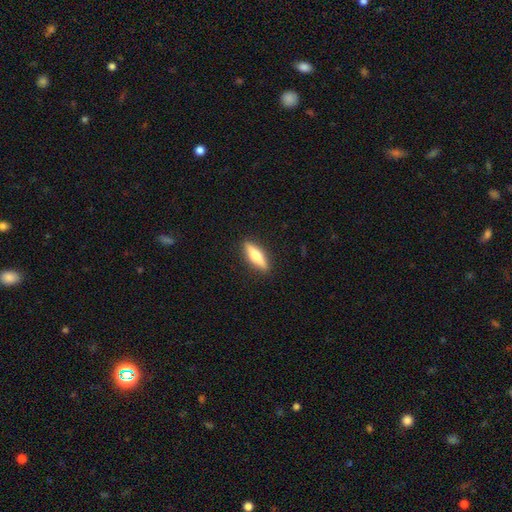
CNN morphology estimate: A smooth galaxy with no disk features (52%) that is cigar-shaped (62%).

Vote fractions:
- Smooth or featured? smooth: 52% / featured or disk: 43% / star or artifact: 5%
- How rounded? cigar-shaped: 62% / in between: 36% / round: 2%
- Merging? none: 90% / minor disturbance: 7% / major disturbance: 2% / merger: 1%